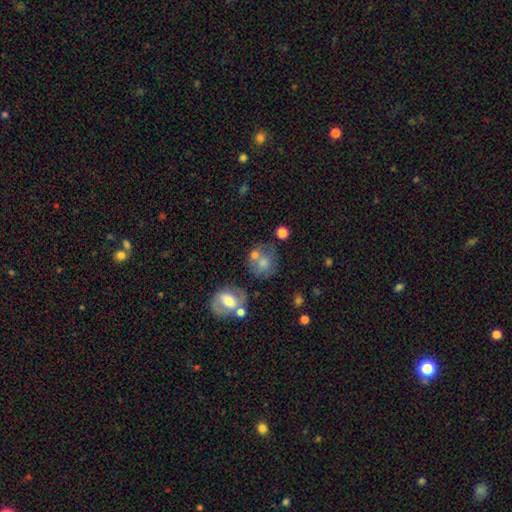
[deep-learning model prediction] smooth-or-featured: smooth: 63% | featured or disk: 24% | star or artifact: 13%
  how-rounded: round: 74% | in between: 25% | cigar-shaped: 1%
  merging: none: 47% | merger: 29% | minor disturbance: 15% | major disturbance: 8%